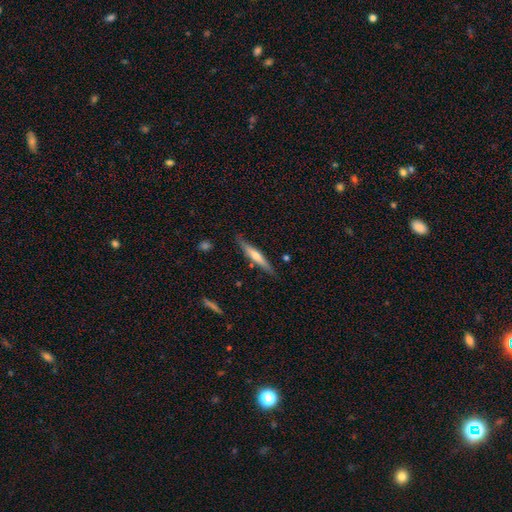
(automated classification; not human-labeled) This is possibly a featured or disk galaxy (55%). It is clearly viewed edge-on (95%). Edge-on bulge: likely rounded (72%). Merging: clearly none (85%).